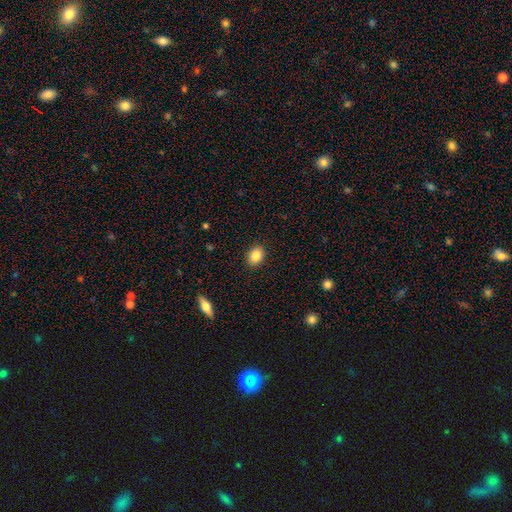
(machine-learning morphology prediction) type=smooth (86%); roundness=in between (60%); merging=none (90%).